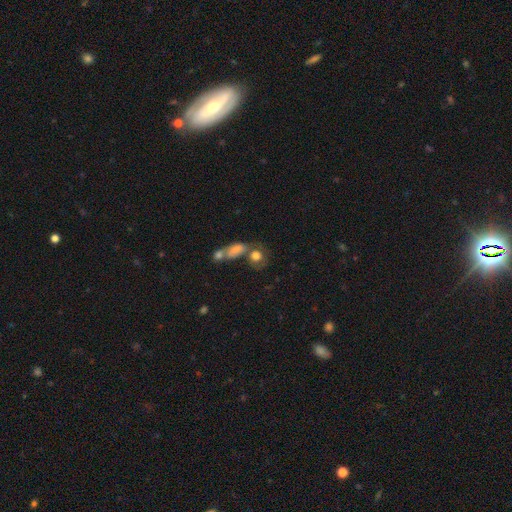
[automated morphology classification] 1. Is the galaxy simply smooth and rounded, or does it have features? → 66% smooth, 23% featured or disk, 11% star or artifact.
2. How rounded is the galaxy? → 60% round, 37% in between, 3% cigar-shaped.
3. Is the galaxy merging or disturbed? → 42% merger, 36% none, 13% minor disturbance, 10% major disturbance.